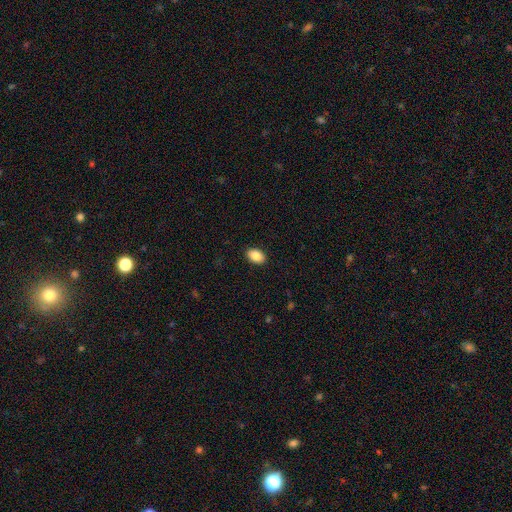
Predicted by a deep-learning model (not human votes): smooth-or-featured: smooth: 88% | star or artifact: 7% | featured or disk: 4%
  how-rounded: in between: 86% | round: 13% | cigar-shaped: 1%
  merging: none: 90% | minor disturbance: 7% | major disturbance: 2% | merger: 1%